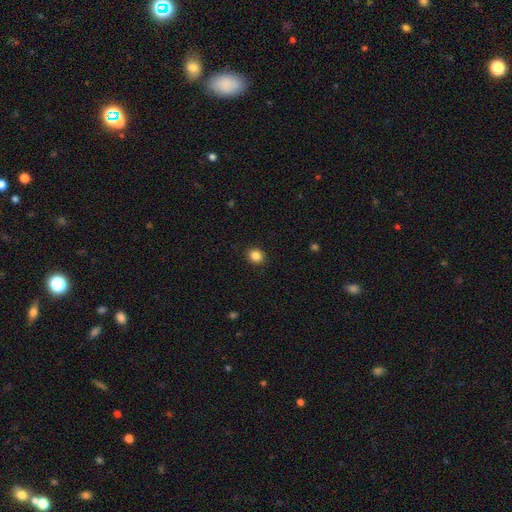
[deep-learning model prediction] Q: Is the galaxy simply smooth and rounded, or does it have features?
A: smooth — 86%.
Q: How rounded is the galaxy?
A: round — 73%.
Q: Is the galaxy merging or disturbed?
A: none — 91%.